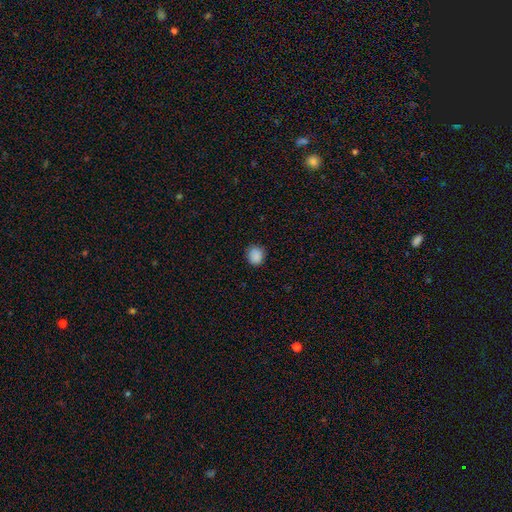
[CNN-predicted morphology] Smooth or featured? smooth (87%)
How rounded? round (71%)
Merging? none (84%)